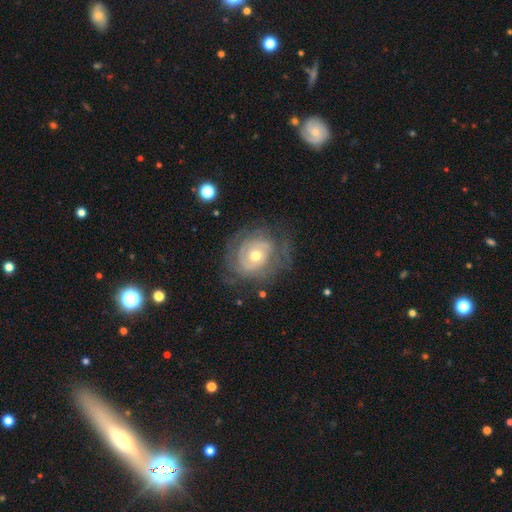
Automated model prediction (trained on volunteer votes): A featured or disk galaxy (77%) with no bar (74%), tight (69%) spiral arms (78%) and a moderate central bulge (61%). Merging: none (69%).